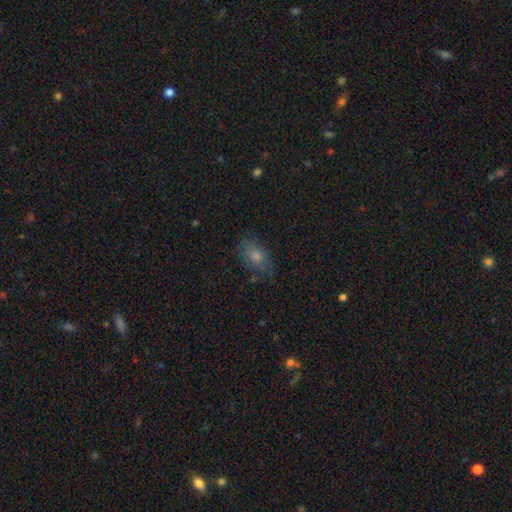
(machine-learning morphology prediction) smooth_or_featured: smooth (p=0.70) [alt: featured or disk p=0.18]
how_rounded: in between (p=0.84) [alt: round p=0.14]
merging: none (p=0.69) [alt: minor disturbance p=0.22]